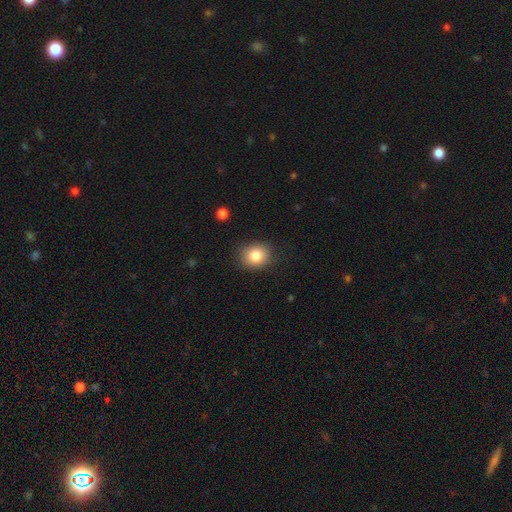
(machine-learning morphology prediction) Overall: smooth (83%). How rounded: round (66%; in between 33%). Merging: none (85%).